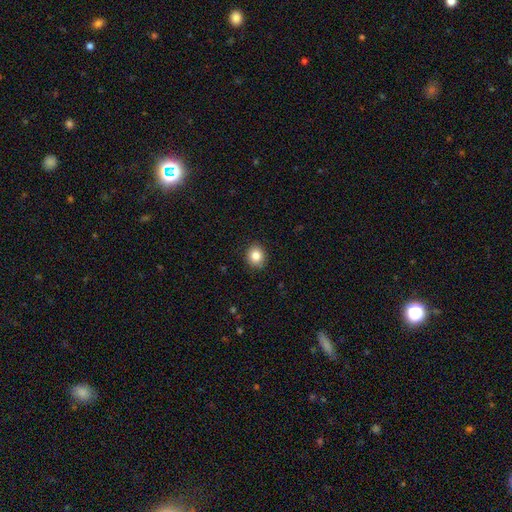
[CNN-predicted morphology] This appears to be a smooth galaxy with no disk features (84%) that is round (77%). Merging: none (89%).